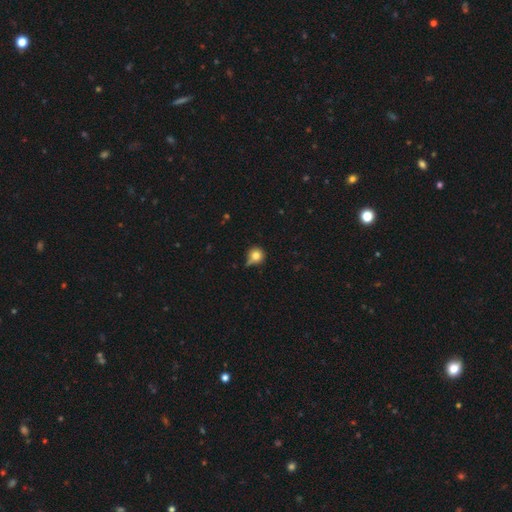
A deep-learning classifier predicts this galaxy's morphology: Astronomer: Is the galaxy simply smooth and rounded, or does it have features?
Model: smooth — 79%.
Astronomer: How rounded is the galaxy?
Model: round — 90%.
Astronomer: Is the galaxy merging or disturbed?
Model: none — 58%.